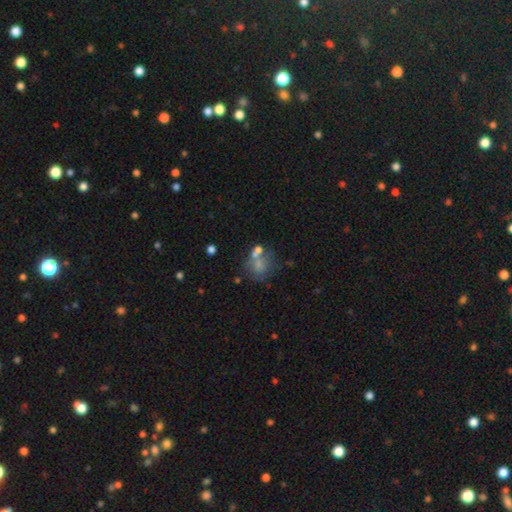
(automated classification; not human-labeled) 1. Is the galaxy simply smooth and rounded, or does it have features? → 55% smooth, 31% featured or disk, 14% star or artifact.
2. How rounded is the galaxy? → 62% round, 37% in between, 1% cigar-shaped.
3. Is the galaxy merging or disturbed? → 37% none, 33% merger, 16% minor disturbance, 14% major disturbance.